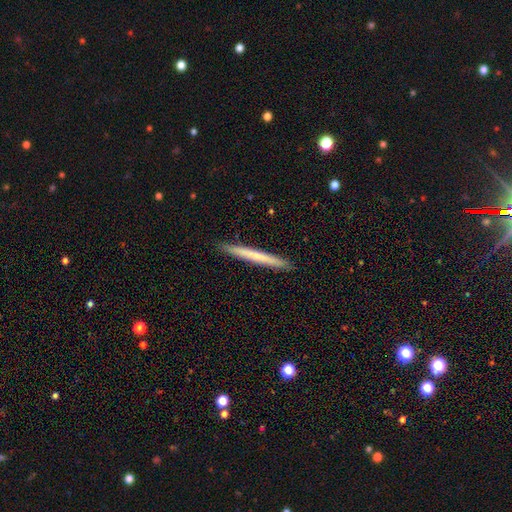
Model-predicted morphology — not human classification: Smooth or featured? smooth (61%)
How rounded? cigar-shaped (97%)
Merging? none (92%)